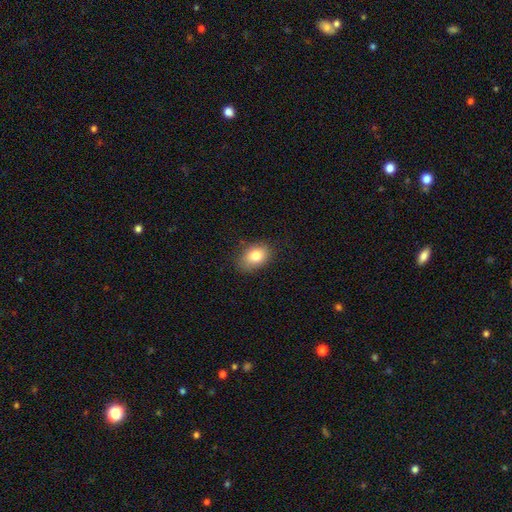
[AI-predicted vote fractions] Morphology: type=smooth (81%); roundness=in between (77%); merging=none (81%).